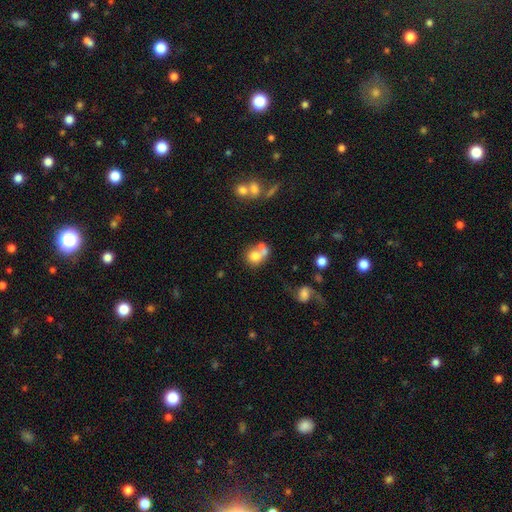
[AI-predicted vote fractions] Q: Smooth or featured?
A: smooth (70%); runner-up: featured or disk (19%)
Q: How rounded?
A: round (70%); runner-up: in between (29%)
Q: Merging?
A: merger (50%); runner-up: none (32%)